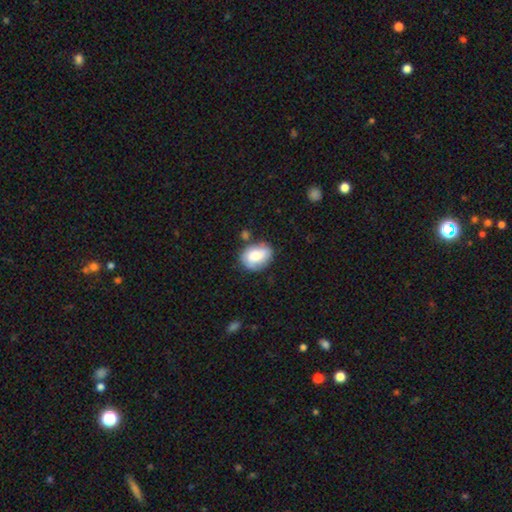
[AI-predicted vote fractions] Smooth or featured? Predicted: smooth (p=0.73). How rounded? Predicted: in between (p=0.66). Merging? Predicted: none (p=0.64).